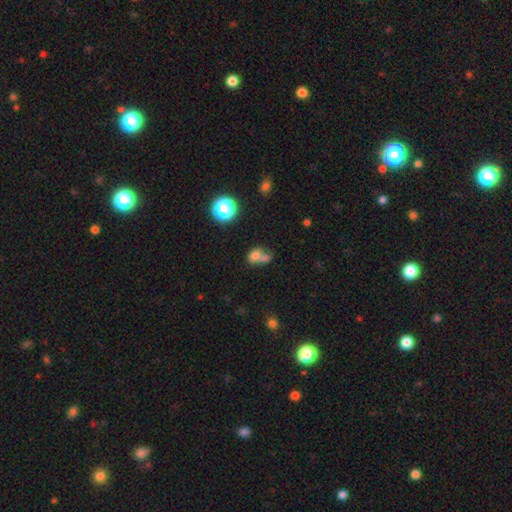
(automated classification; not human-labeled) smooth-or-featured: smooth: 70% | star or artifact: 16% | featured or disk: 14%
  how-rounded: round: 50% | in between: 49% | cigar-shaped: 2%
  merging: merger: 55% | none: 27% | minor disturbance: 10% | major disturbance: 7%